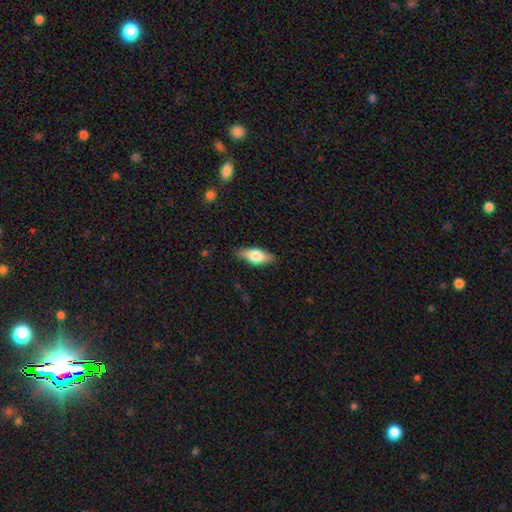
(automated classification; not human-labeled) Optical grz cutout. It shows a smooth galaxy with no disk features (64%) that is in between round and cigar-shaped (75%). Merging: none (85%).